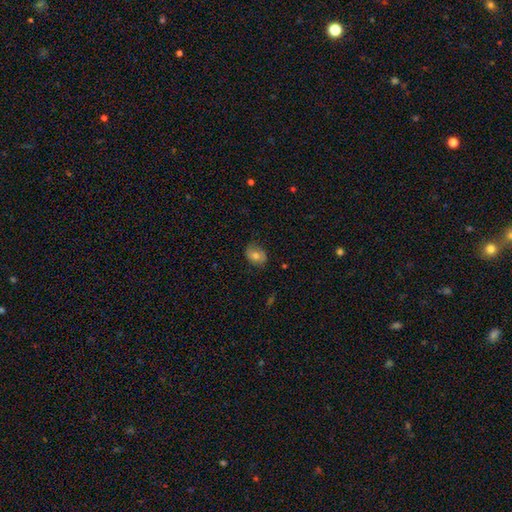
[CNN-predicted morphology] The model was most divided on "how rounded": in between: 69%, round: 30%, cigar-shaped: 1%. More confident: merging — none (78%); smooth or featured — smooth (68%).